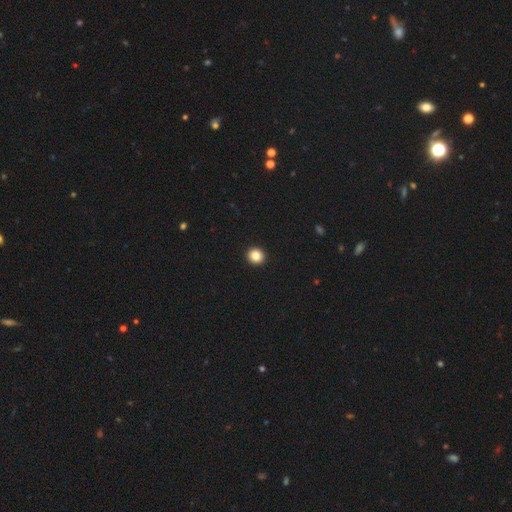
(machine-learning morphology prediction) smooth_or_featured: smooth (p=0.86) [alt: star or artifact p=0.10]
how_rounded: round (p=0.90) [alt: in between p=0.09]
merging: none (p=0.94) [alt: minor disturbance p=0.04]